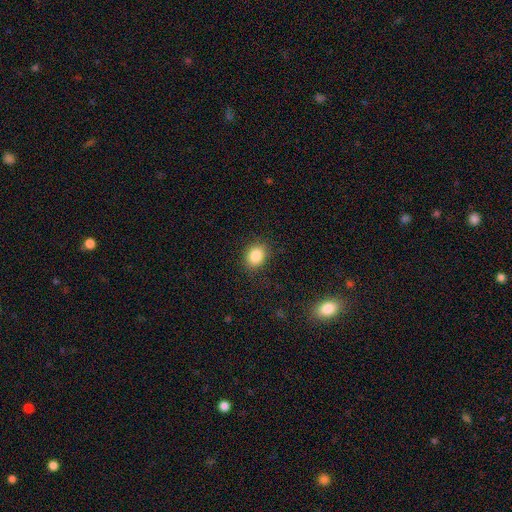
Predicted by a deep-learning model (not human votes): A smooth galaxy with no disk features (86%) that is in between round and cigar-shaped (53%).

Vote fractions:
- Smooth or featured? smooth: 86% / star or artifact: 9% / featured or disk: 5%
- How rounded? in between: 53% / round: 46% / cigar-shaped: 1%
- Merging? none: 87% / minor disturbance: 9% / major disturbance: 3% / merger: 1%